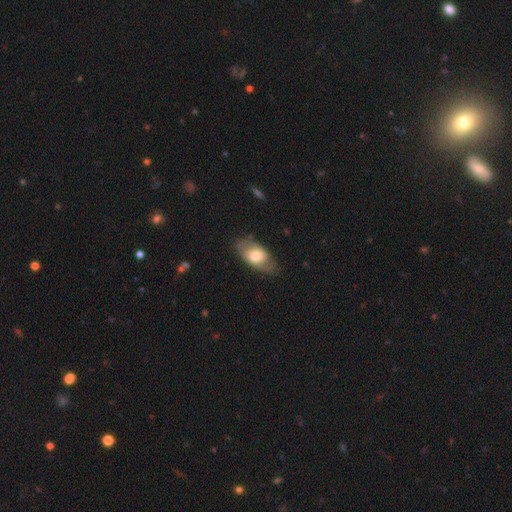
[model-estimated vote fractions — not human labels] Smooth or featured? Predicted: smooth (p=0.49). Merging? Predicted: none (p=0.72).